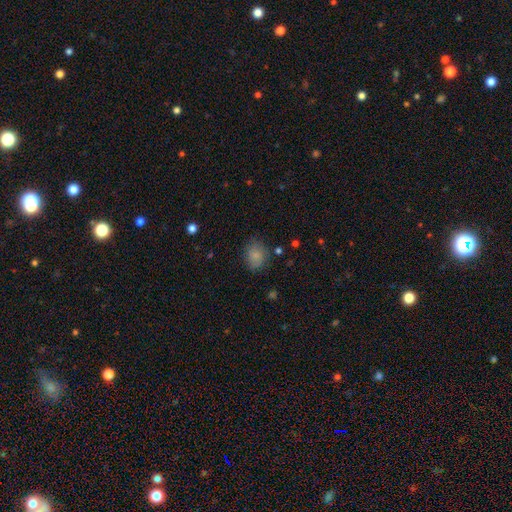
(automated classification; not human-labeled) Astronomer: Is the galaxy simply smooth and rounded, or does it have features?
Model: smooth — 83%.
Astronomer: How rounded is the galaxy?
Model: round — 55% (runner-up: in between, 44%).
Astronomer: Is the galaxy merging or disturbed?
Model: none — 74%.